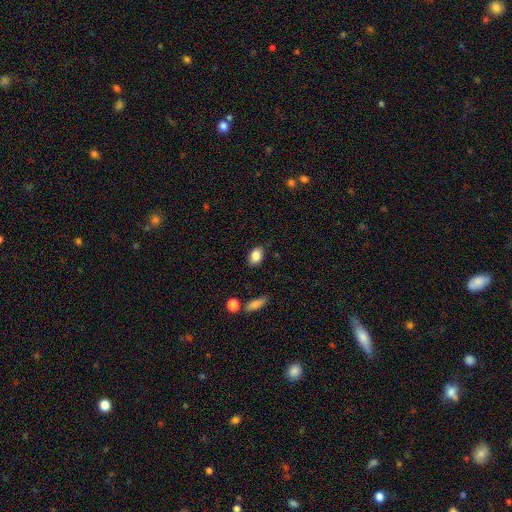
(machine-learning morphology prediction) A smooth galaxy with no disk features (84%) that is in between round and cigar-shaped (79%). Merging: none (81%).